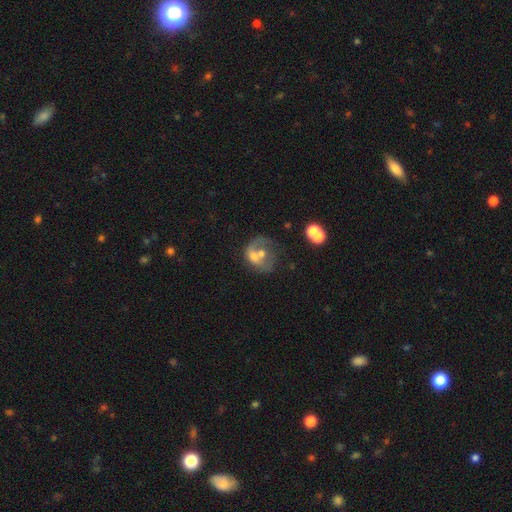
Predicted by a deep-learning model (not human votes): Q: Smooth or featured?
A: featured or disk (54%); runner-up: smooth (35%)
Q: Edge-on disk?
A: no (98%); runner-up: yes (2%)
Q: Bar?
A: no (82%); runner-up: weak (15%)
Q: Spiral arms?
A: no (63%); runner-up: yes (37%)
Q: Bulge size?
A: moderate (53%); runner-up: small (21%)
Q: Merging?
A: merger (43%); runner-up: major disturbance (23%)